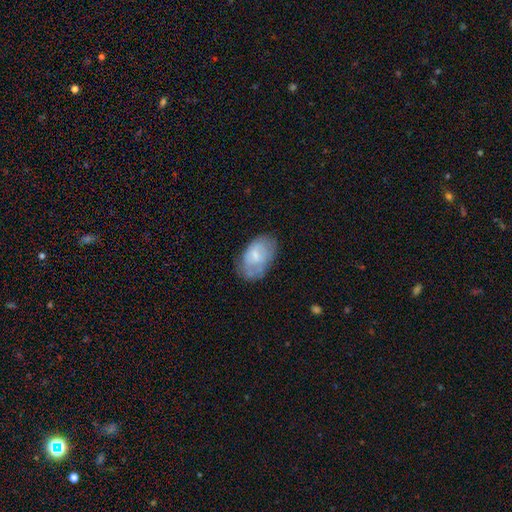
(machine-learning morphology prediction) smooth 59%, featured or disk 34%, star or artifact 7%. Down the decision tree: how rounded — in between (92%); merging — none (59%).